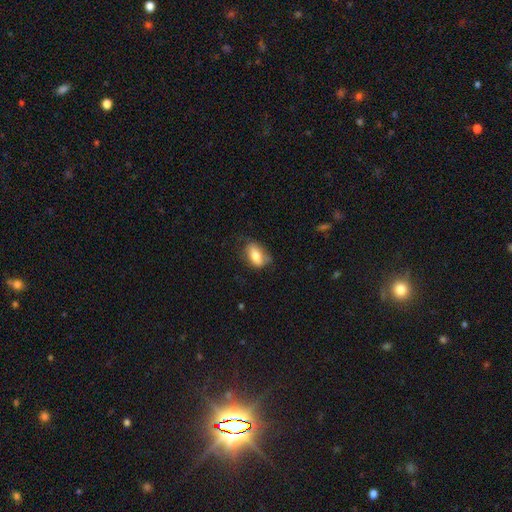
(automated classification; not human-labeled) Q: Smooth or featured?
A: smooth (74%); runner-up: featured or disk (18%)
Q: How rounded?
A: in between (89%); runner-up: round (7%)
Q: Merging?
A: none (56%); runner-up: minor disturbance (30%)